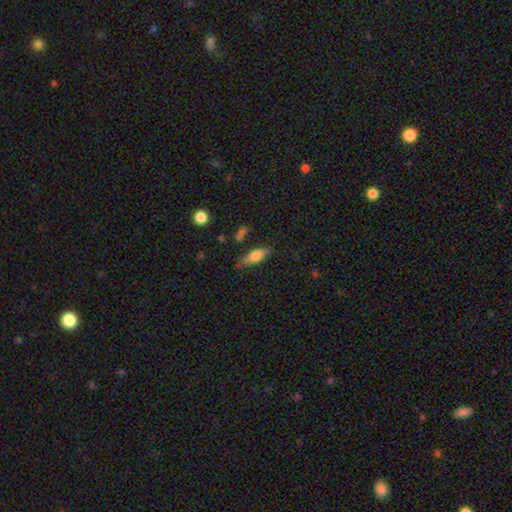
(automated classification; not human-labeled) smooth-or-featured: smooth: 66% | featured or disk: 27% | star or artifact: 7%
  how-rounded: in between: 56% | cigar-shaped: 42% | round: 3%
  merging: none: 70% | minor disturbance: 21% | major disturbance: 5% | merger: 4%